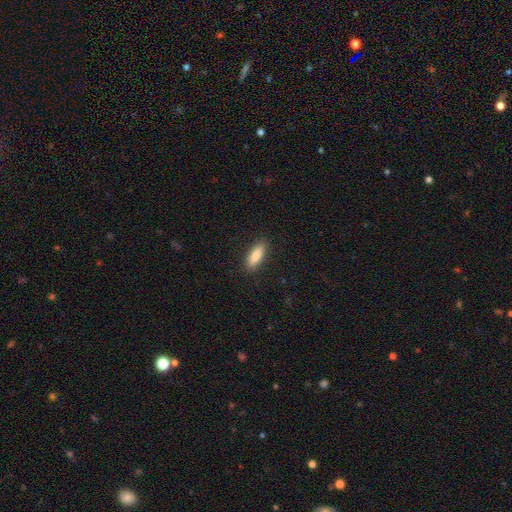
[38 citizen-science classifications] smooth-or-featured: smooth: 87% | star or artifact: 8% | featured or disk: 5%
  how-rounded: in between: 61% | cigar-shaped: 36% | round: 3%
  merging: none: 91% | minor disturbance: 9% | major disturbance: 0% | merger: 0%